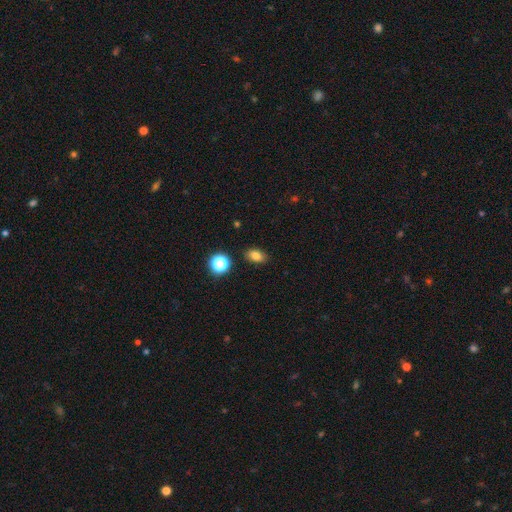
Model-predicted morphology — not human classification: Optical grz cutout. It shows a smooth galaxy with no disk features (80%) that is in between round and cigar-shaped (81%). Merging: none (86%).